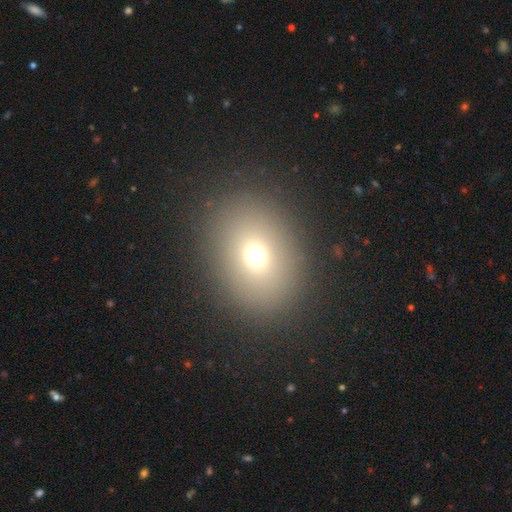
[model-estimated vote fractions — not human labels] smooth_or_featured: smooth (p=0.69) [alt: star or artifact p=0.18]
how_rounded: in between (p=0.52) [alt: round p=0.46]
merging: none (p=0.89) [alt: minor disturbance p=0.06]